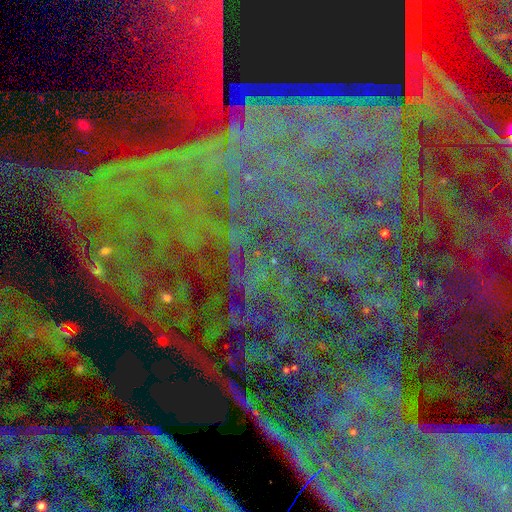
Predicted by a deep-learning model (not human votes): Morphology: type=star or artifact (83%).